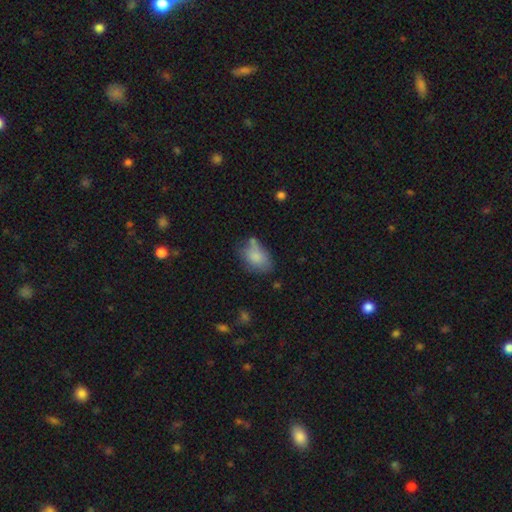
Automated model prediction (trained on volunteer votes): The model was most divided on "merging": none: 47%, minor disturbance: 29%, merger: 13%, major disturbance: 11%. More confident: how rounded — in between (84%); smooth or featured — smooth (78%).